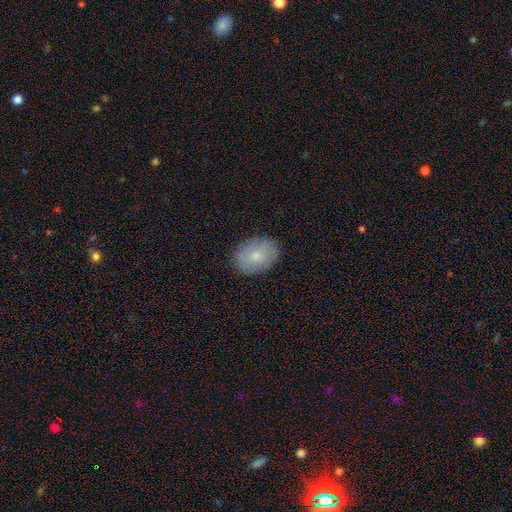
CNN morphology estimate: The model was most divided on "smooth or featured": smooth: 69%, featured or disk: 24%, star or artifact: 7%. More confident: merging — none (85%); how rounded — in between (73%).